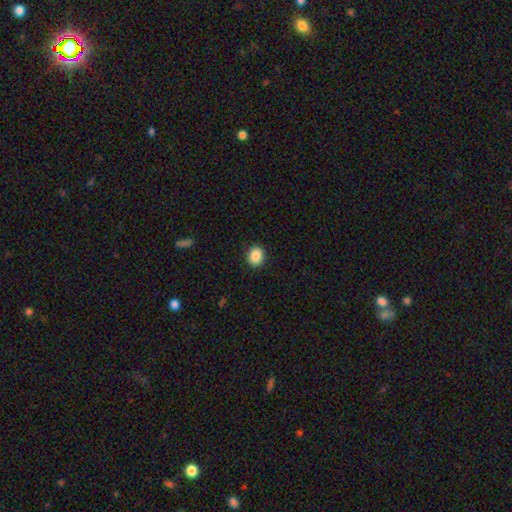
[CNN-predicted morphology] A smooth galaxy with no disk features (87%) that is round (65%).

Vote fractions:
- Smooth or featured? smooth: 87% / star or artifact: 9% / featured or disk: 4%
- How rounded? round: 65% / in between: 34% / cigar-shaped: 1%
- Merging? none: 91% / minor disturbance: 6% / major disturbance: 2% / merger: 1%